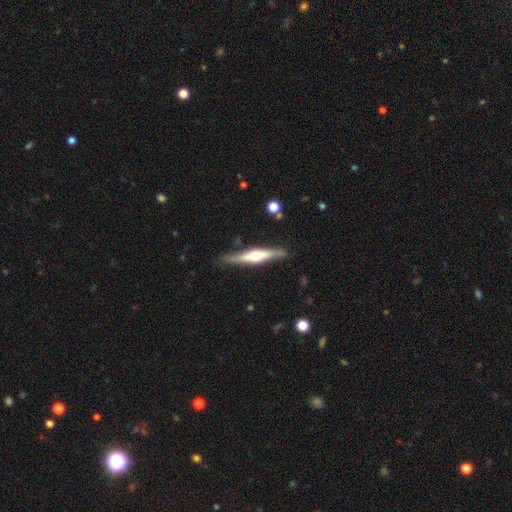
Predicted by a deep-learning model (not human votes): Q: Smooth or featured?
A: featured or disk (68%); runner-up: smooth (27%)
Q: Edge-on disk?
A: yes (96%); runner-up: no (4%)
Q: Edge-on bulge?
A: rounded (81%); runner-up: boxy (13%)
Q: Merging?
A: none (85%); runner-up: minor disturbance (11%)